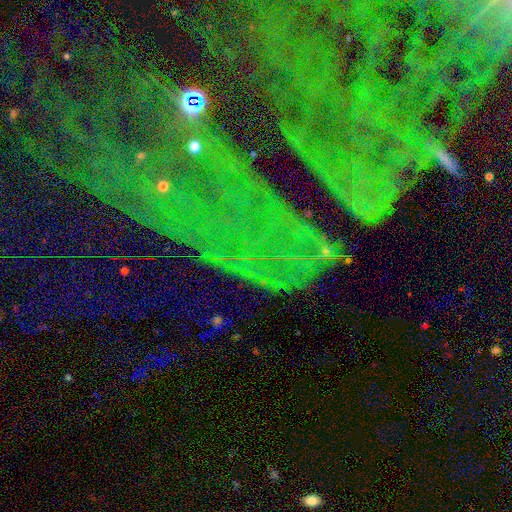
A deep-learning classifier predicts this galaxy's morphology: A star or artifact, not a galaxy (67%).

Vote fractions:
- Smooth or featured? star or artifact: 67% / featured or disk: 21% / smooth: 12%